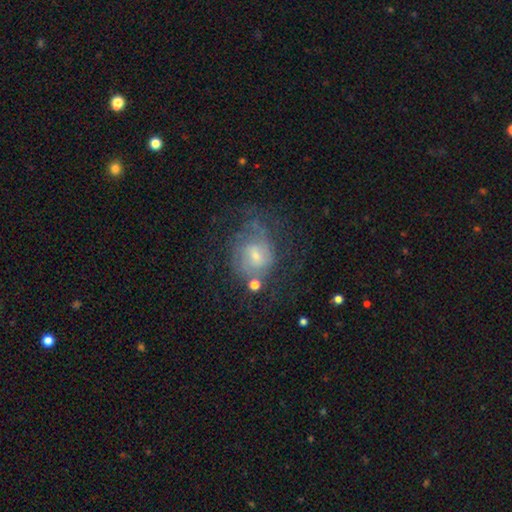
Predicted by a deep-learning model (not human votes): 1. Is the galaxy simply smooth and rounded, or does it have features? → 64% featured or disk, 26% smooth, 10% star or artifact.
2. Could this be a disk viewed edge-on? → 97% no, 3% yes.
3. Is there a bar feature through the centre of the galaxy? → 47% weak, 45% no, 8% strong.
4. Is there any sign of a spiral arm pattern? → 76% yes, 24% no.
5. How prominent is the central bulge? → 61% small, 30% moderate, 4% none, 3% large, 1% dominant.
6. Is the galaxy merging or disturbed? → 49% none, 24% major disturbance, 21% minor disturbance, 6% merger.